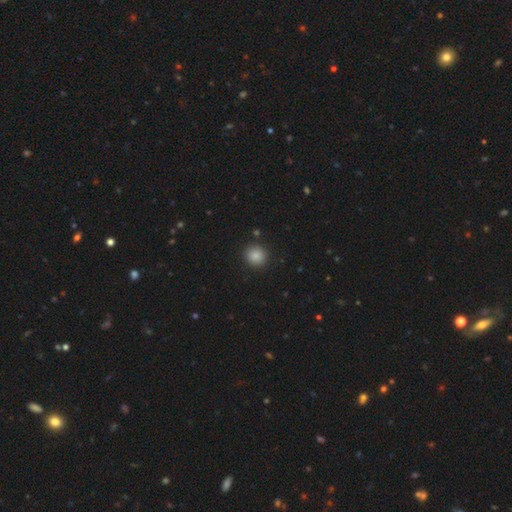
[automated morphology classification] Q: Smooth or featured?
A: smooth (86%); runner-up: star or artifact (10%)
Q: How rounded?
A: round (91%); runner-up: in between (8%)
Q: Merging?
A: none (91%); runner-up: minor disturbance (6%)